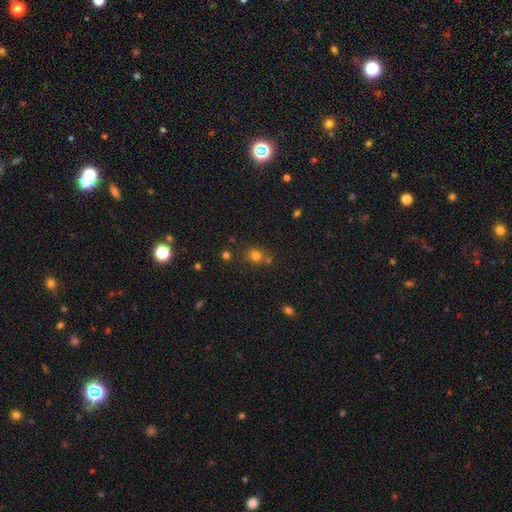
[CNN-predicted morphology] type=smooth (75%); roundness=round (70%); merging=none (64%).